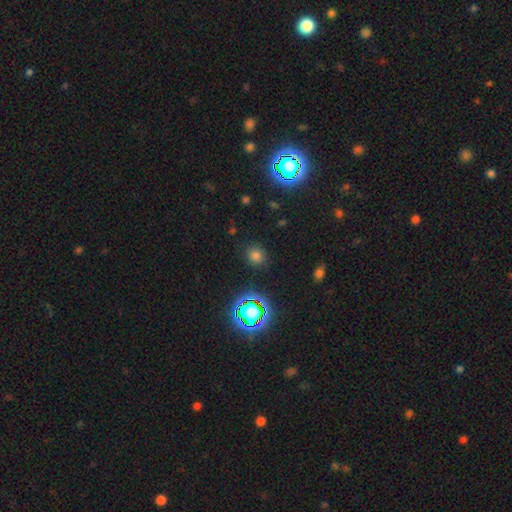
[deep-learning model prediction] A smooth galaxy with no disk features (70%) that is round (82%). Merging: none (85%).